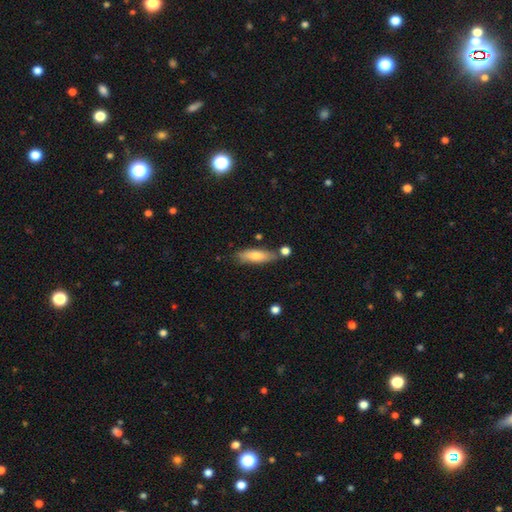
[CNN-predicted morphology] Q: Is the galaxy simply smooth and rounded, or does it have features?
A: smooth — 72%.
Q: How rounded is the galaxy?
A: cigar-shaped — 53%.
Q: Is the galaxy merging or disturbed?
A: none — 73%.